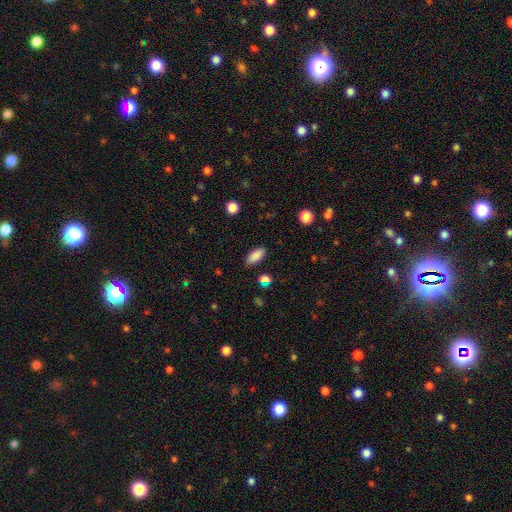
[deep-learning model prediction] smooth_or_featured: smooth (p=0.88) [alt: star or artifact p=0.08]
how_rounded: in between (p=0.86) [alt: cigar-shaped p=0.12]
merging: none (p=0.84) [alt: minor disturbance p=0.12]